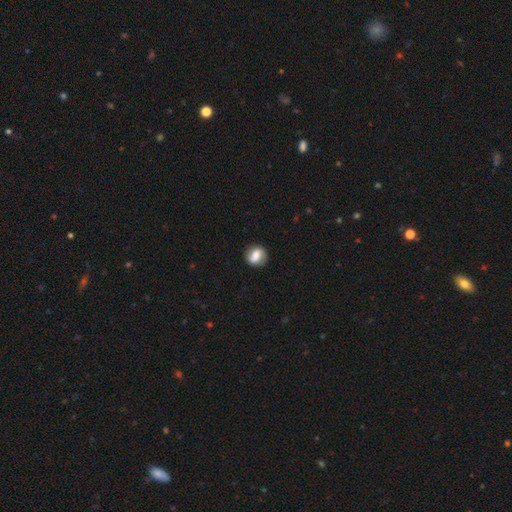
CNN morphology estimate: Smooth or featured? smooth (69%)
How rounded? round (62%)
Merging? none (81%)